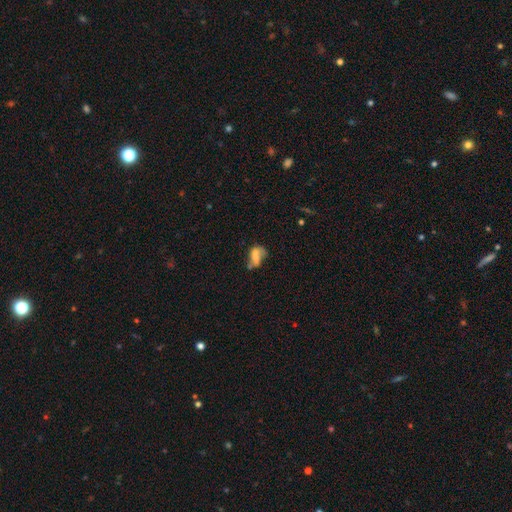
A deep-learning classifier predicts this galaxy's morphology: This is possibly a smooth galaxy (53%). How rounded: clearly in between (81%). Merging: marginally none (28%).